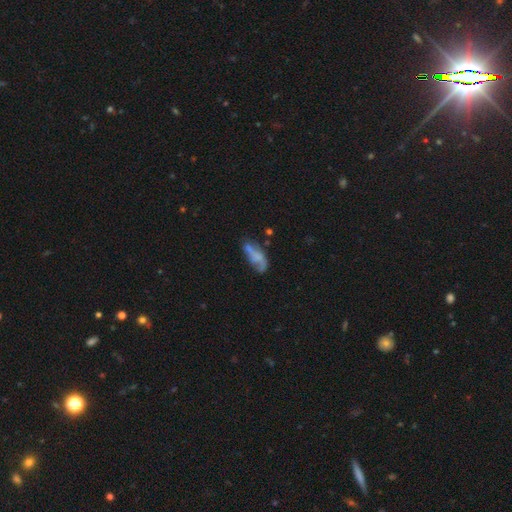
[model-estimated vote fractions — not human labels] Overall: smooth (49%; featured or disk 41%). Merging: none (39%; minor disturbance 26%).